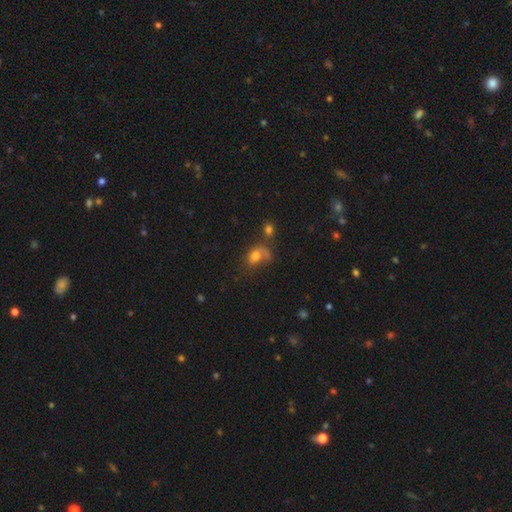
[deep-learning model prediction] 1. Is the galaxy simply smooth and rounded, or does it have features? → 68% smooth, 18% featured or disk, 14% star or artifact.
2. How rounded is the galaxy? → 60% in between, 38% round, 2% cigar-shaped.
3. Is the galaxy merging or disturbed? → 35% none, 23% merger, 23% major disturbance, 18% minor disturbance.